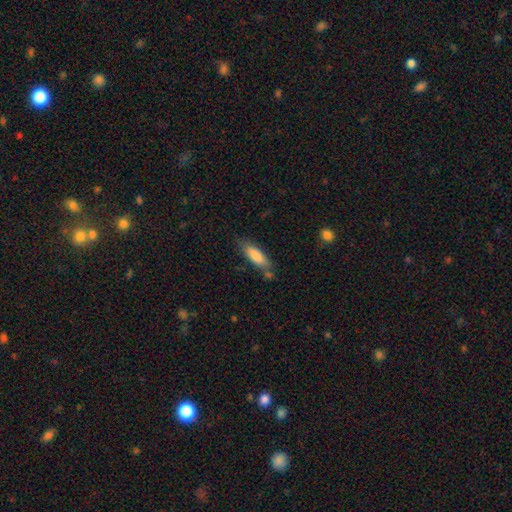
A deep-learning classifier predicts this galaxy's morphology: This appears to be a smooth galaxy with no disk features (82%) that is cigar-shaped (49%, tied with in between). Merging: none (69%).